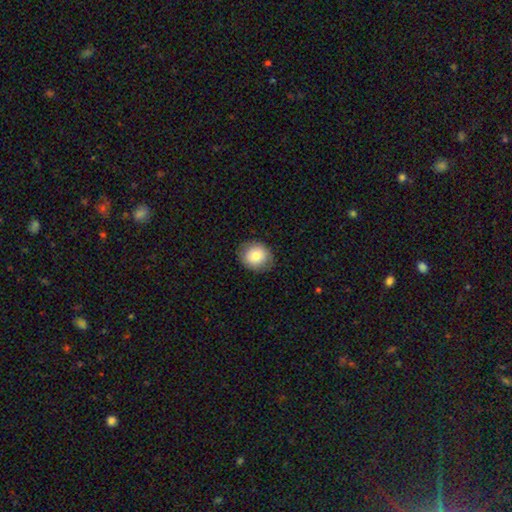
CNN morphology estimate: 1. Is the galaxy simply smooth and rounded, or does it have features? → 80% smooth, 12% featured or disk, 8% star or artifact.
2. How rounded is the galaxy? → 75% round, 24% in between, 1% cigar-shaped.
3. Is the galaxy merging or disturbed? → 84% none, 12% minor disturbance, 3% major disturbance, 1% merger.